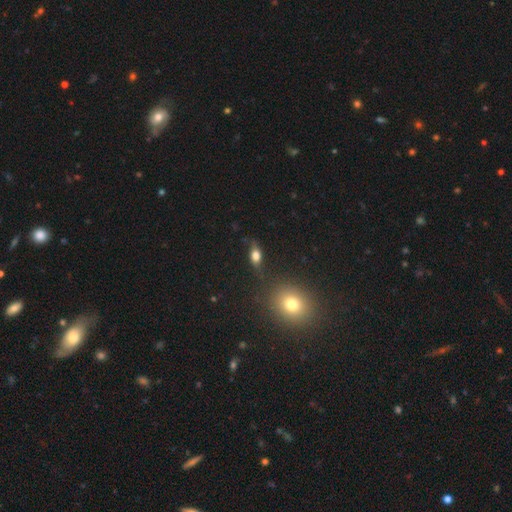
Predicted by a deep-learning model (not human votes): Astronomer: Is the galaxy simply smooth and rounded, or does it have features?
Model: smooth — 64%.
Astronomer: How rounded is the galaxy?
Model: in between — 75%.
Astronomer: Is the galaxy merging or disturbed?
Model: none — 62%.